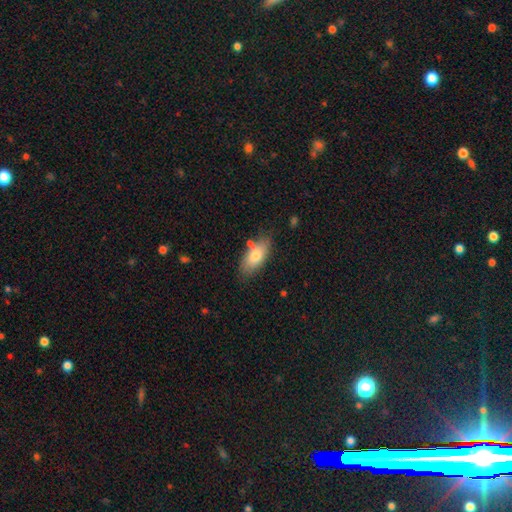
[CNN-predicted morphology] smooth-or-featured: smooth: 76% | featured or disk: 18% | star or artifact: 7%
  how-rounded: in between: 86% | cigar-shaped: 10% | round: 4%
  merging: none: 71% | minor disturbance: 18% | merger: 7% | major disturbance: 4%